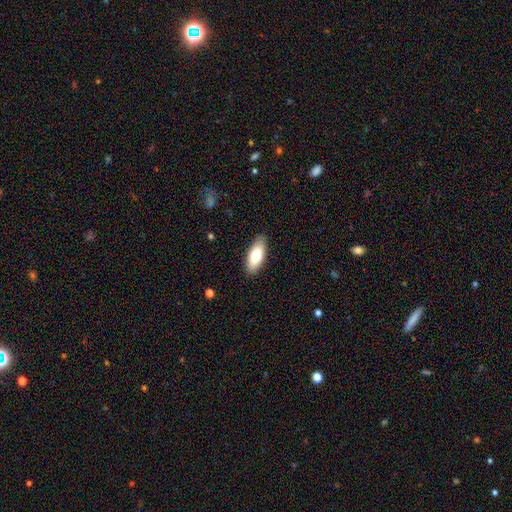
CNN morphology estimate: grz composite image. It shows a smooth galaxy with no disk features (78%) that is in between round and cigar-shaped (80%). Merging: none (88%).